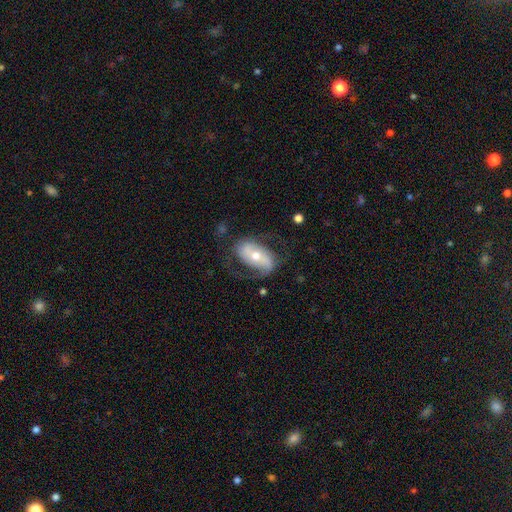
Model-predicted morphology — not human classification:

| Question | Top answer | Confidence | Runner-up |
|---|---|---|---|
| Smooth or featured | featured or disk | 74% | smooth (20%) |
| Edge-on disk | no | 95% | yes (5%) |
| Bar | strong | 35% | no (34%) |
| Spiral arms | yes | 88% | no (12%) |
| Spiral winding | loose | 41% | tied: medium (41%) |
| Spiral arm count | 2 | 81% | 1 (9%) |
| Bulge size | moderate | 57% | small (36%) |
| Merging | none | 62% | minor disturbance (19%) |